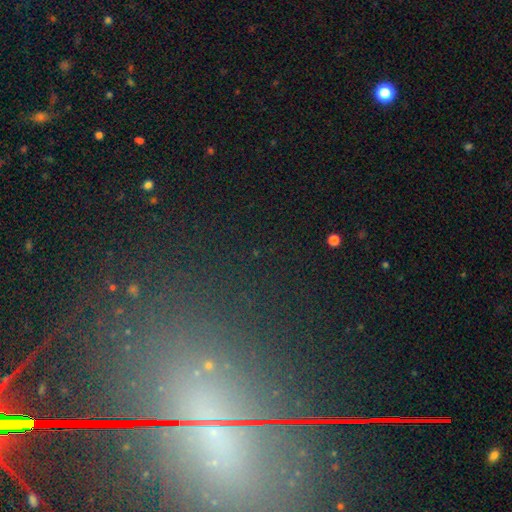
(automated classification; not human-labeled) star or artifact 71%, smooth 16%, featured or disk 13%.